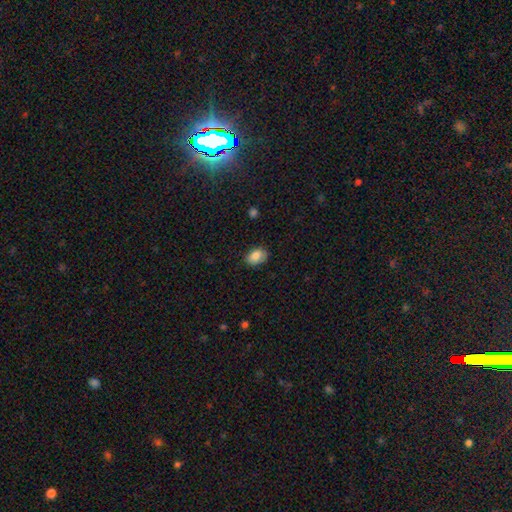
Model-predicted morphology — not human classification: Smooth or featured: smooth — 84% (featured or disk — 8%)
How rounded: in between — 79% (round — 20%)
Merging: none — 77% (minor disturbance — 19%)